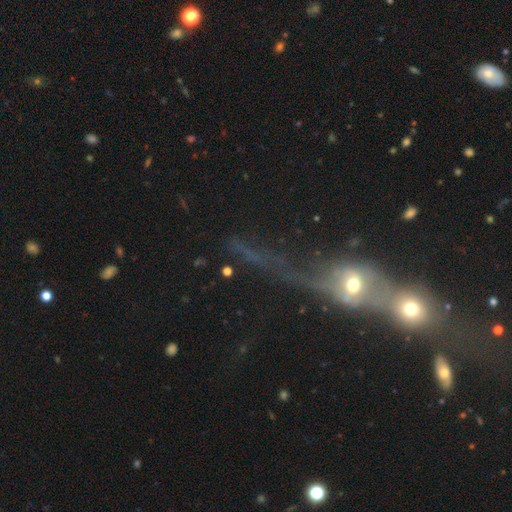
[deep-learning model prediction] A featured or disk galaxy (40%).

Vote fractions:
- Smooth or featured? featured or disk: 40% / star or artifact: 30% / smooth: 29%
- Merging? merger: 69% / none: 13% / major disturbance: 11% / minor disturbance: 6%